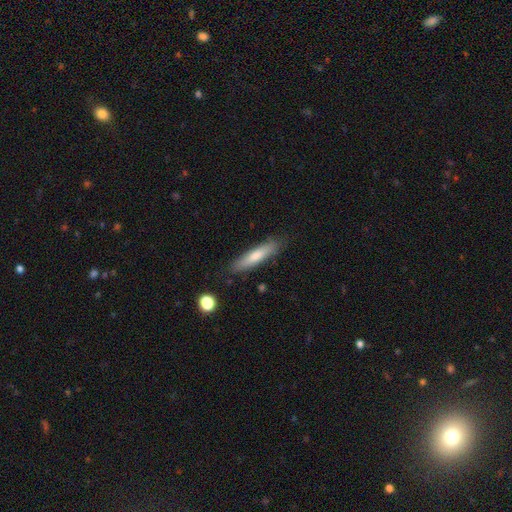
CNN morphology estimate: smooth-or-featured: smooth: 67% | featured or disk: 26% | star or artifact: 7%
  how-rounded: cigar-shaped: 86% | in between: 13% | round: 1%
  merging: none: 83% | minor disturbance: 12% | major disturbance: 2% | merger: 2%